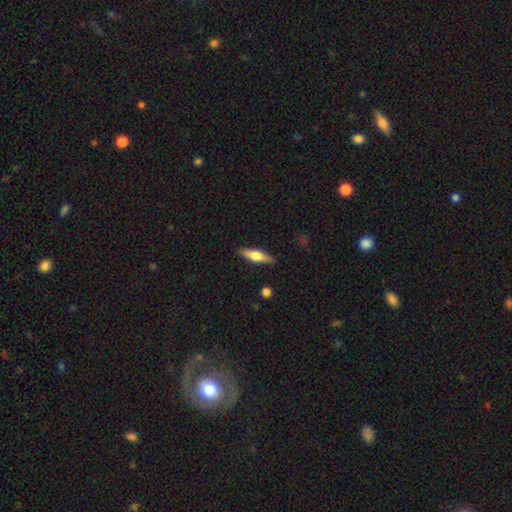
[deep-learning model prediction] Overall: smooth (57%; featured or disk 37%). How rounded: cigar-shaped (52%; in between 45%). Merging: none (87%).